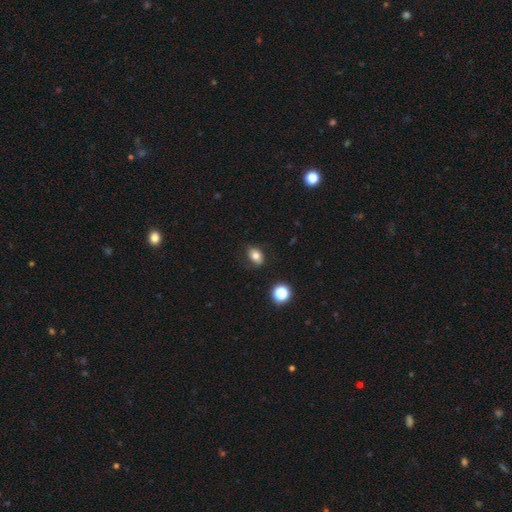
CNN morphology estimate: type=smooth (76%); roundness=in between (76%); merging=none (82%).